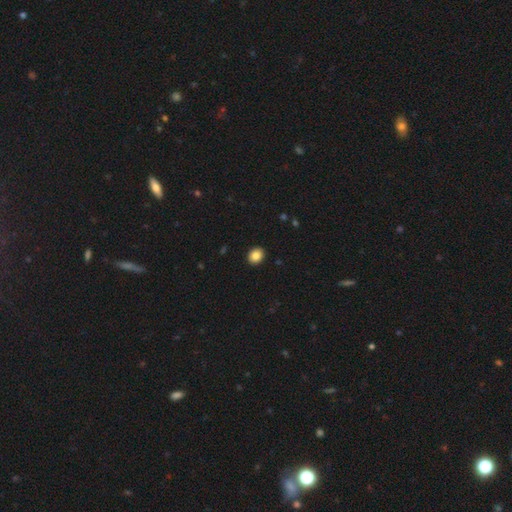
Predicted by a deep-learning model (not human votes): This is clearly a smooth galaxy (86%). How rounded: likely round (61%). Merging: clearly none (92%).